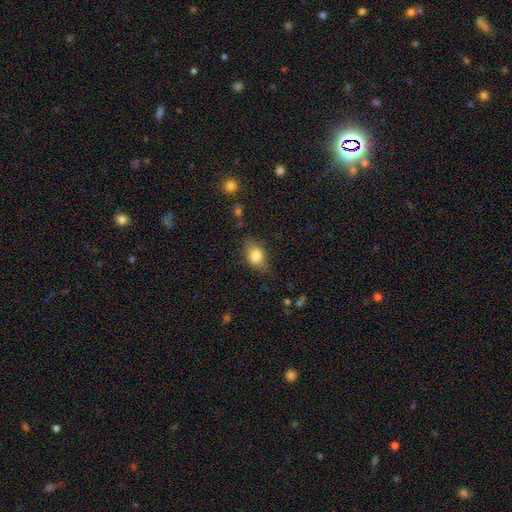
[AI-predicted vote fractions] Smooth or featured? smooth (80%)
How rounded? in between (76%)
Merging? none (76%)